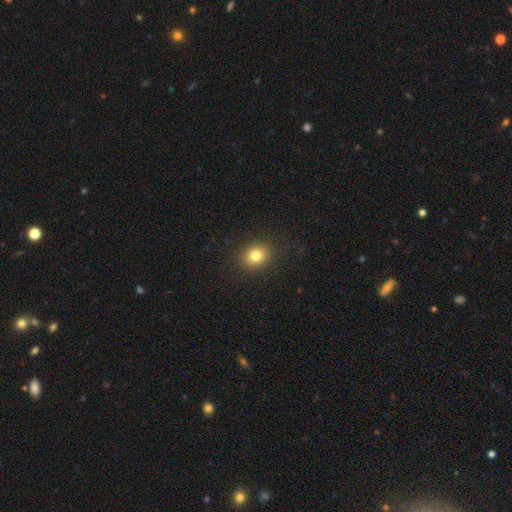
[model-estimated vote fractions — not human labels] The model was most divided on "how rounded": round: 57%, in between: 42%, cigar-shaped: 1%. More confident: merging — none (89%); smooth or featured — smooth (80%).